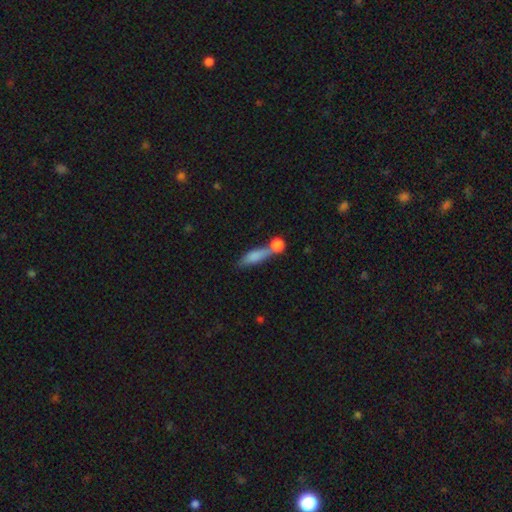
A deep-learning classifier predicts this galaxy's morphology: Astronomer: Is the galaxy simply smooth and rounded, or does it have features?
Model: smooth — 75%.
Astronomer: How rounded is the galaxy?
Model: cigar-shaped — 53% (runner-up: in between, 41%).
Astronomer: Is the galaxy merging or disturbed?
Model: none — 41% (runner-up: merger, 36%).